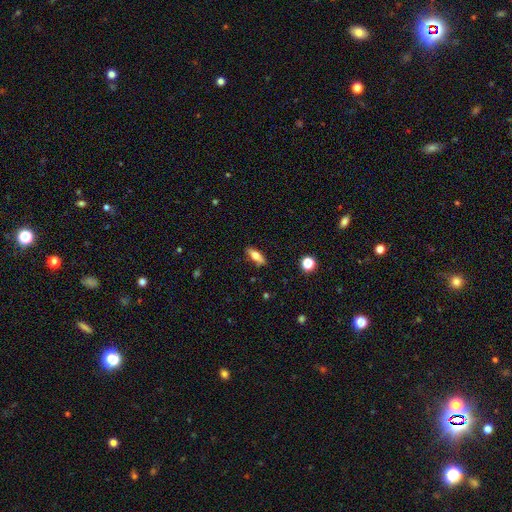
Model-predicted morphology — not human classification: Smooth or featured: smooth — 60% (featured or disk — 33%)
How rounded: in between — 60% (cigar-shaped — 36%)
Merging: none — 84% (minor disturbance — 11%)